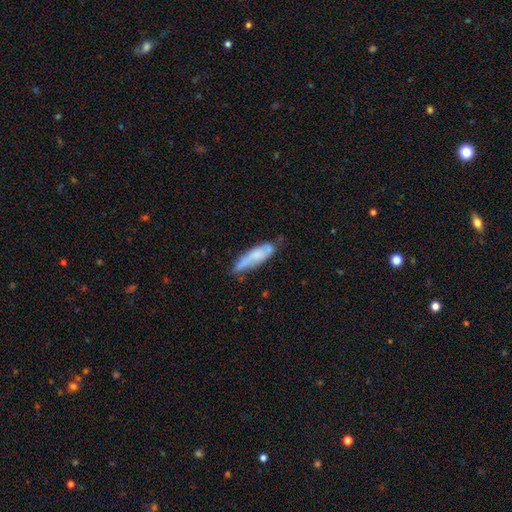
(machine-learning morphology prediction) Smooth or featured? smooth (61%)
How rounded? cigar-shaped (68%)
Merging? none (58%)